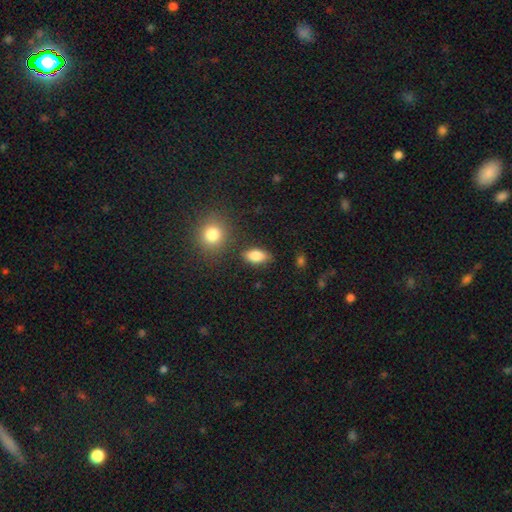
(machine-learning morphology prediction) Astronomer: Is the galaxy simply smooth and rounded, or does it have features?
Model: smooth — 85%.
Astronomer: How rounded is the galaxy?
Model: in between — 89%.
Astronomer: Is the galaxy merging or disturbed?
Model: none — 81%.